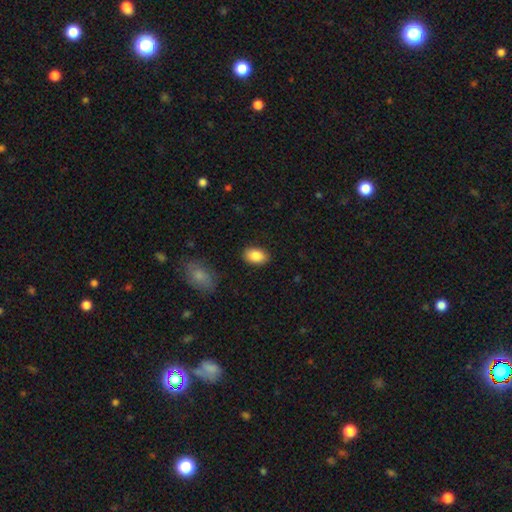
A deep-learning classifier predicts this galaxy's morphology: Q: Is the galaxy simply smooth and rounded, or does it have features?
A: smooth — 87%.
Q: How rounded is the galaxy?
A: in between — 88%.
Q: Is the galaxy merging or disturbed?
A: none — 86%.